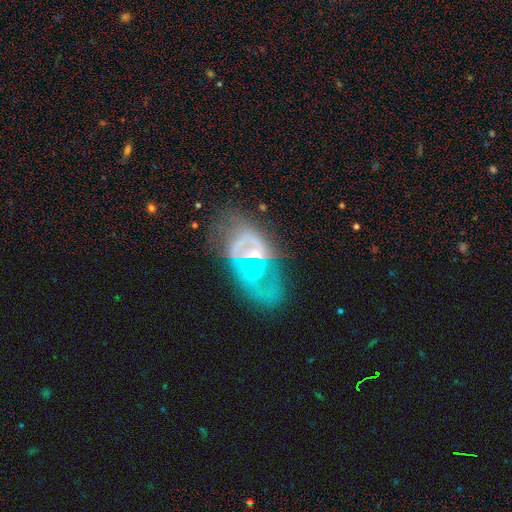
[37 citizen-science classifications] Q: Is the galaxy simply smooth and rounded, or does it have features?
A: featured or disk — 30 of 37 (81%).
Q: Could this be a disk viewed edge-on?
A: no — 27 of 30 (90%).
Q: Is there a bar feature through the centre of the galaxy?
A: strong — 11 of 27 (41%).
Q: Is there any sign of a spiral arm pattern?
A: yes — 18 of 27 (67%).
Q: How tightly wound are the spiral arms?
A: medium — 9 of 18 (50%).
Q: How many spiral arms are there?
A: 2 — 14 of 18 (78%).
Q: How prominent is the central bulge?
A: large — 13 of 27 (48%).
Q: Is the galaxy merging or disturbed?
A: none — 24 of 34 (71%).